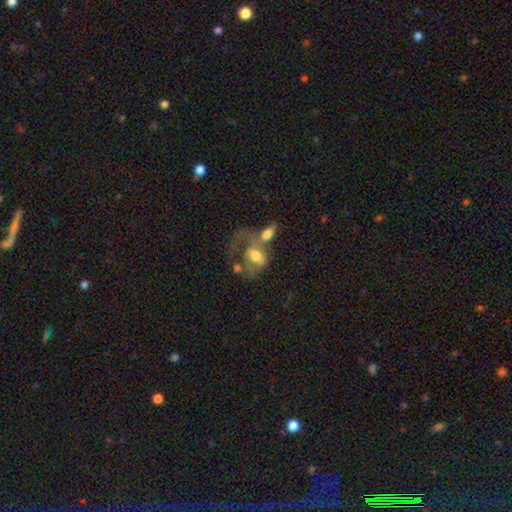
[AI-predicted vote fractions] The model was most divided on "smooth or featured": featured or disk: 49%, smooth: 42%, star or artifact: 9%. Remaining: merging — merger (47%).